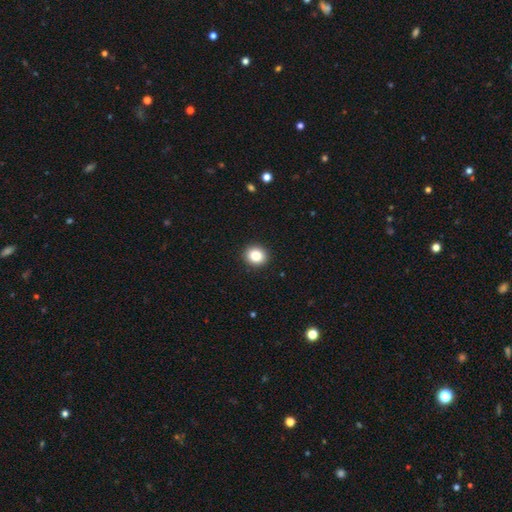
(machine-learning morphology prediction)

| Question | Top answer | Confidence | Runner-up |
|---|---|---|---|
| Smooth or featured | smooth | 85% | star or artifact (10%) |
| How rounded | round | 79% | in between (21%) |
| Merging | none | 92% | minor disturbance (5%) |